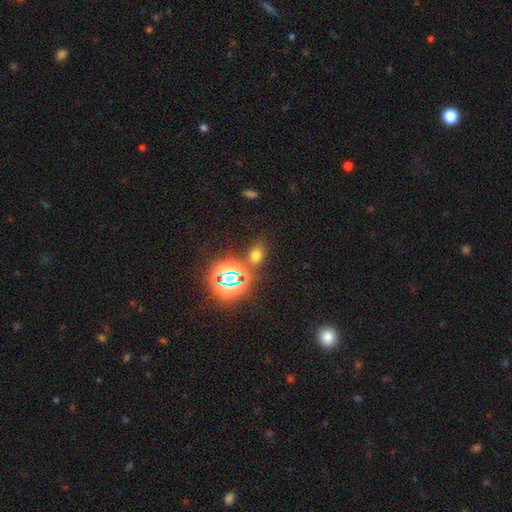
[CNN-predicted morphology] smooth_or_featured: smooth (p=0.58) [alt: star or artifact p=0.35]
how_rounded: in between (p=0.73) [alt: round p=0.25]
merging: none (p=0.78) [alt: minor disturbance p=0.10]